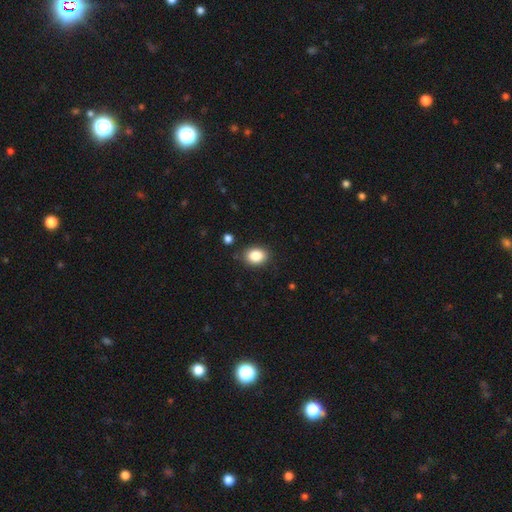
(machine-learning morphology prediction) Smooth or featured?
  - smooth: 85% *
  - star or artifact: 9%
  - featured or disk: 5%
How rounded?
  - in between: 60% *
  - round: 39%
  - cigar-shaped: 1%
Merging?
  - none: 86% *
  - minor disturbance: 10%
  - major disturbance: 3%
  - merger: 2%